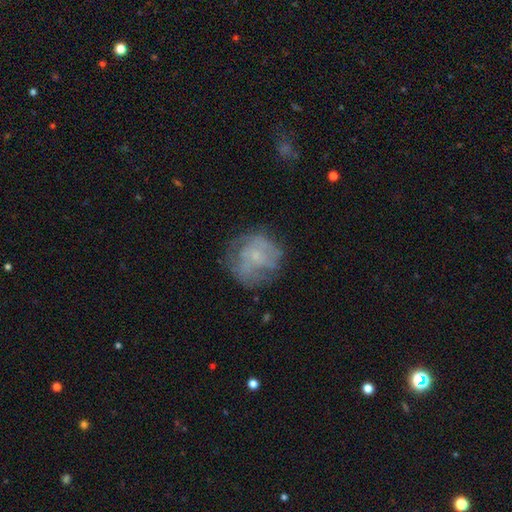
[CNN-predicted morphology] Smooth or featured? featured or disk (55%)
Edge-on disk? no (98%)
Bar? no (81%)
Spiral arms? yes (55%)
Bulge size? small (67%)
Merging? none (63%)